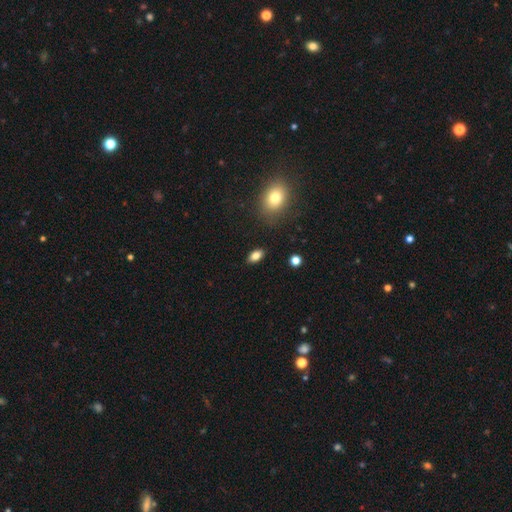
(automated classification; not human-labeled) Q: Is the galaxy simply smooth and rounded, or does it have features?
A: smooth — 84%.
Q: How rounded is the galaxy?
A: in between — 89%.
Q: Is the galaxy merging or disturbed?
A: none — 88%.